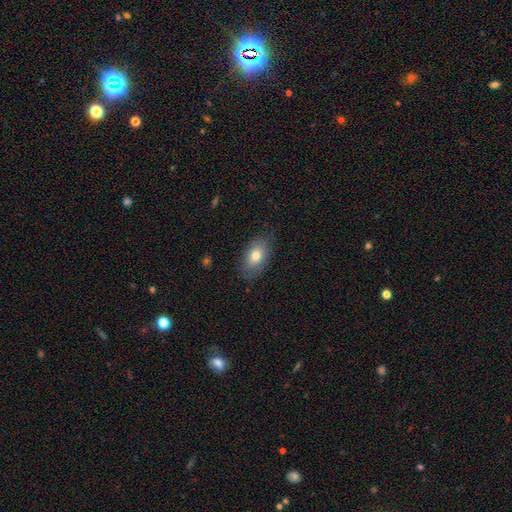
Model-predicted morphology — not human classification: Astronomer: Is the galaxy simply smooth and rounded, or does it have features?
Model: smooth — 76%.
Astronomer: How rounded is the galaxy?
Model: in between — 90%.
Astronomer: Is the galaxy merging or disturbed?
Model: none — 81%.